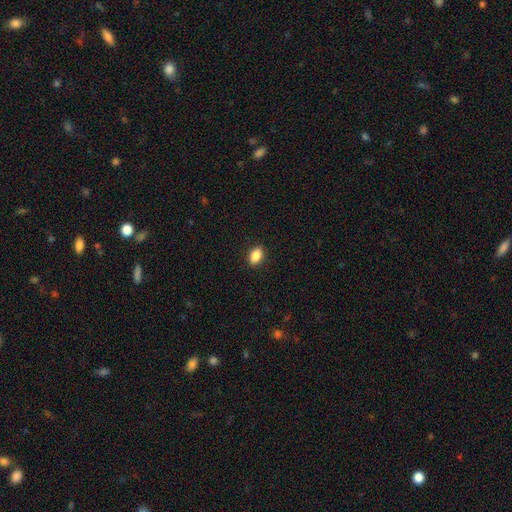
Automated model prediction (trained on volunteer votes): Morphology: type=smooth (88%); roundness=in between (86%); merging=none (90%).